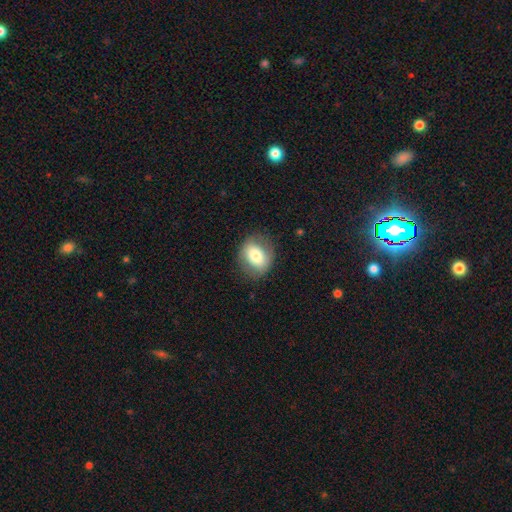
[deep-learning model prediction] The model was most divided on "how rounded": in between: 52%, round: 47%, cigar-shaped: 1%. More confident: merging — none (79%); smooth or featured — smooth (73%).